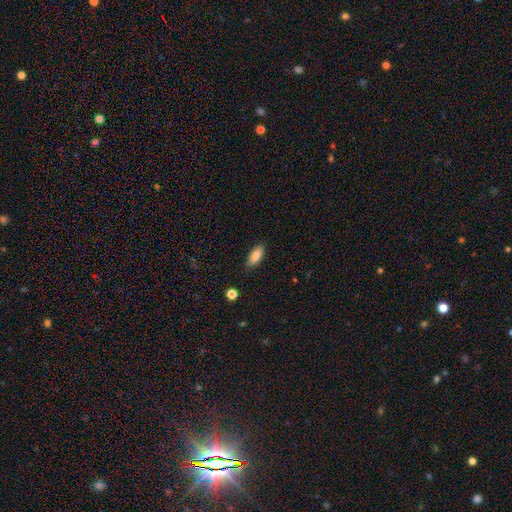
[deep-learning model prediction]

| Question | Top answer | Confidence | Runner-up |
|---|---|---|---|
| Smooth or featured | smooth | 83% | featured or disk (10%) |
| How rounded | in between | 82% | cigar-shaped (16%) |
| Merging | none | 82% | minor disturbance (14%) |